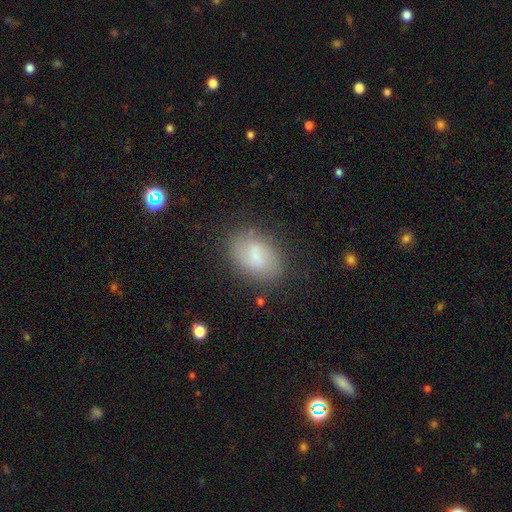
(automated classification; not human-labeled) This appears to be a smooth galaxy with no disk features (67%) that is in between round and cigar-shaped (87%). Merging: none (76%).